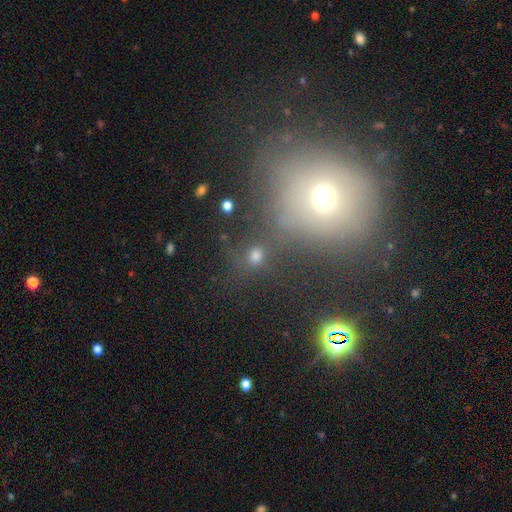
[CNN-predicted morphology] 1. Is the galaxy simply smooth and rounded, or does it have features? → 53% smooth, 35% star or artifact, 12% featured or disk.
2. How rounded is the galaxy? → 78% round, 20% in between, 2% cigar-shaped.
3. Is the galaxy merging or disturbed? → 68% none, 12% merger, 12% minor disturbance, 9% major disturbance.